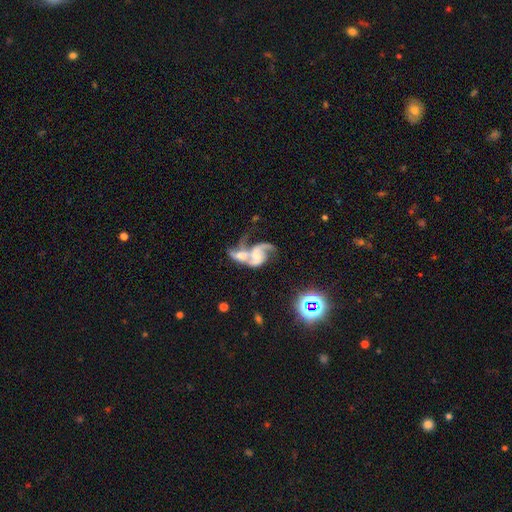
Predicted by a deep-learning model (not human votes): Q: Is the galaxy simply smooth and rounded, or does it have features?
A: featured or disk — 78%.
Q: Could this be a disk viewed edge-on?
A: no — 97%.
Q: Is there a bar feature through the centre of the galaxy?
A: no — 52%.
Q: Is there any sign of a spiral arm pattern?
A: yes — 88%.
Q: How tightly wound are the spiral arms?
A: loose — 52%.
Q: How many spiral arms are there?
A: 2 — 76%.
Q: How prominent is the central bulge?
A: small — 36%.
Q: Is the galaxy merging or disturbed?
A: merger — 71%.